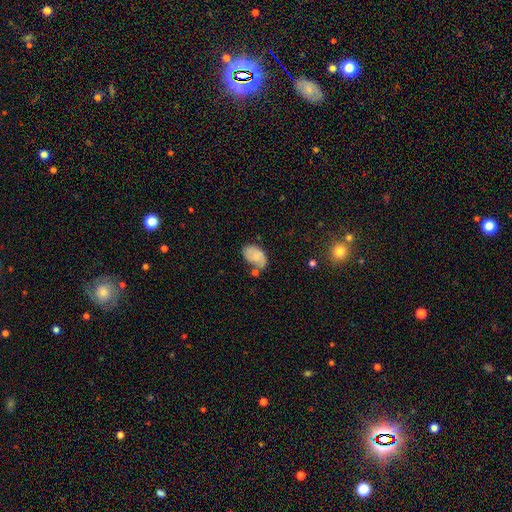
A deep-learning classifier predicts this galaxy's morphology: type=smooth (71%); roundness=in between (91%); merging=none (45%).